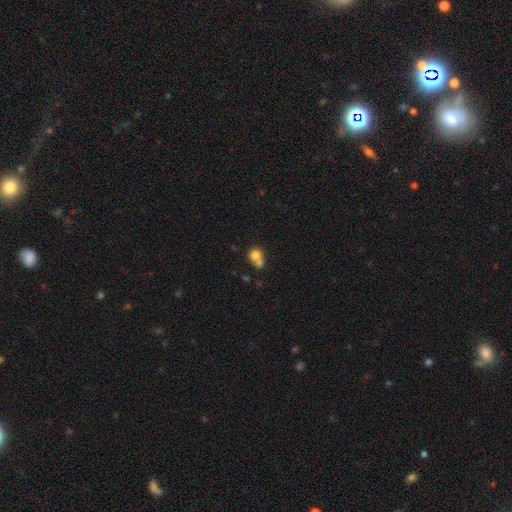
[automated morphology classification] type=smooth (76%); roundness=round (80%); merging=merger (55%).